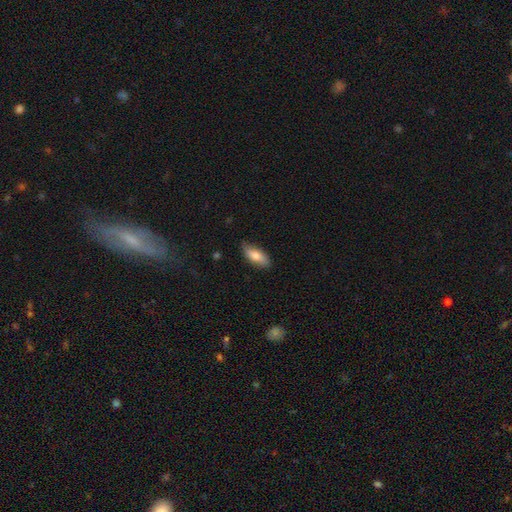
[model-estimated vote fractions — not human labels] Smooth or featured? smooth (77%)
How rounded? in between (81%)
Merging? none (78%)